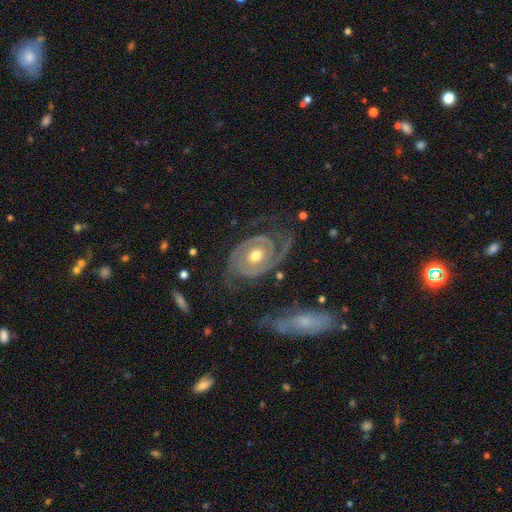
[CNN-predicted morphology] The model was most divided on "spiral winding": tight: 63%, medium: 29%, loose: 8%. More confident: edge-on disk — no (97%); spiral arms — yes (96%); smooth or featured — featured or disk (90%); spiral arm count — 2 (79%); bulge size — moderate (76%); bar — no (72%); merging — none (68%).